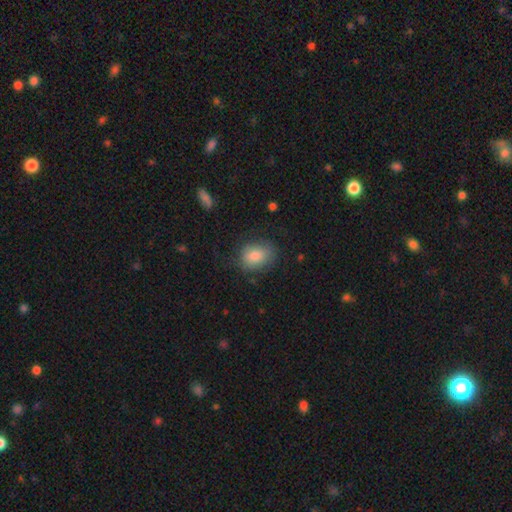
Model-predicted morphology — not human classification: Q: Smooth or featured?
A: smooth (82%); runner-up: featured or disk (10%)
Q: How rounded?
A: in between (60%); runner-up: round (39%)
Q: Merging?
A: none (72%); runner-up: minor disturbance (19%)